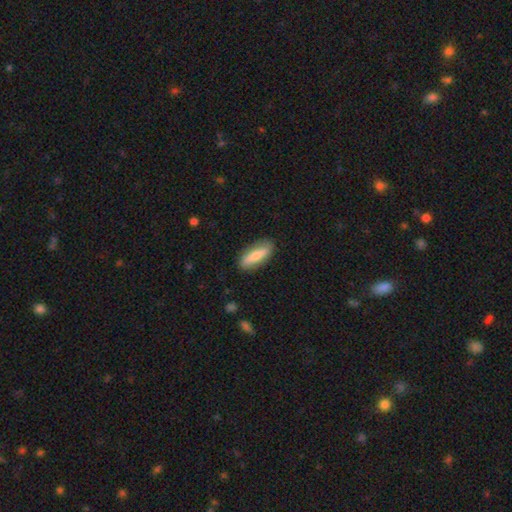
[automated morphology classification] smooth 72%, featured or disk 23%, star or artifact 6%. Down the decision tree: how rounded — in between (51%); merging — none (85%).